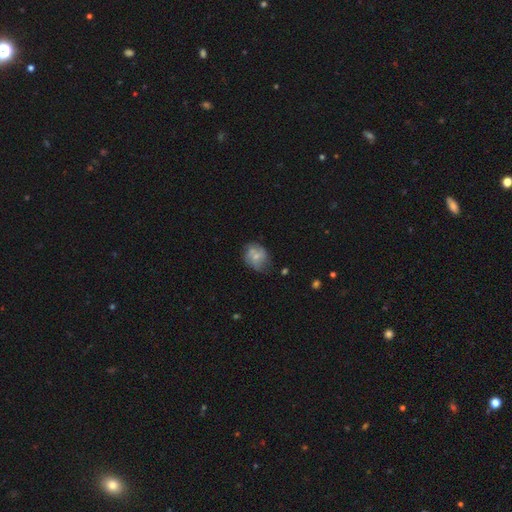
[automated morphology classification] Q: Smooth or featured?
A: smooth (47%); runner-up: featured or disk (44%)
Q: Merging?
A: none (52%); runner-up: minor disturbance (30%)